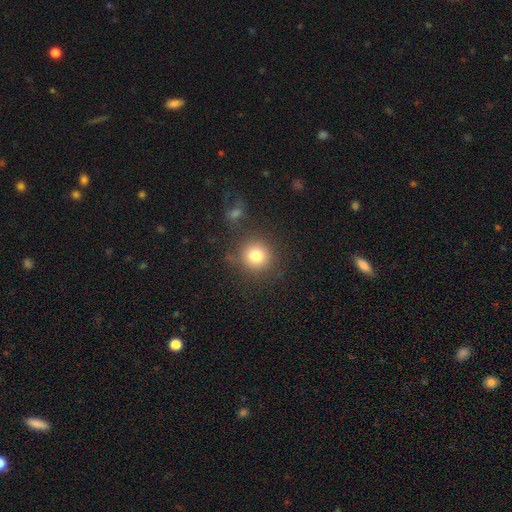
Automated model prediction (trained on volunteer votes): Morphology: type=smooth (79%); roundness=round (92%); merging=none (80%).